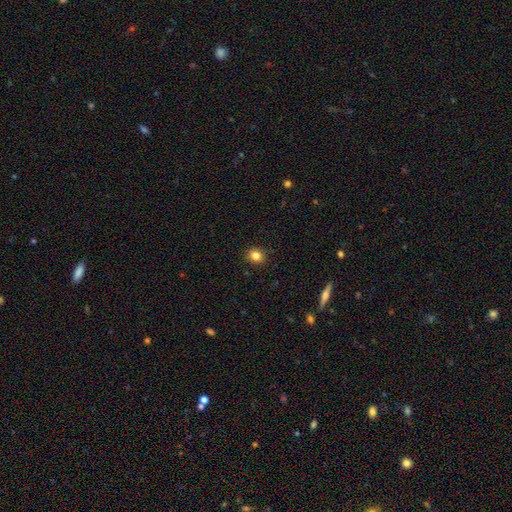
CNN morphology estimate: smooth_or_featured: smooth (p=0.83) [alt: star or artifact p=0.11]
how_rounded: round (p=0.76) [alt: in between p=0.23]
merging: none (p=0.91) [alt: minor disturbance p=0.06]